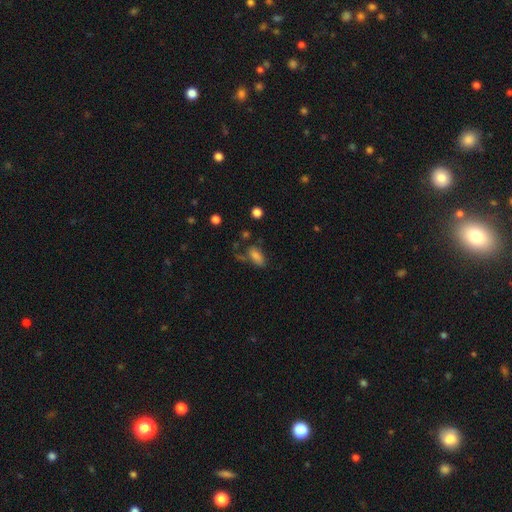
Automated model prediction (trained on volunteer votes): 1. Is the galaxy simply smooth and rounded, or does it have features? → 77% smooth, 12% featured or disk, 11% star or artifact.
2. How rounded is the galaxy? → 88% in between, 7% cigar-shaped, 5% round.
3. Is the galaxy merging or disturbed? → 48% none, 23% minor disturbance, 20% major disturbance, 10% merger.